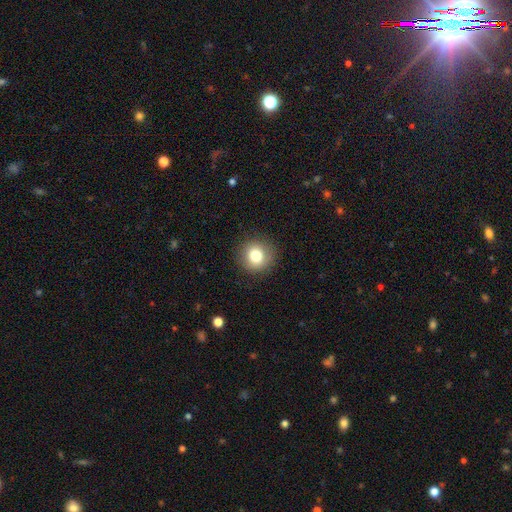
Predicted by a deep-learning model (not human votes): Morphology: type=smooth (80%); roundness=round (92%); merging=none (89%).